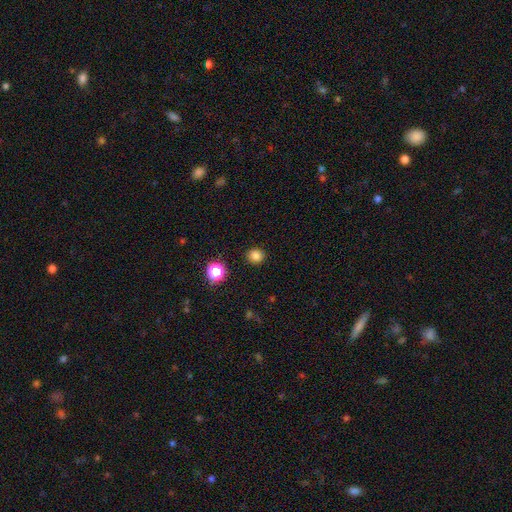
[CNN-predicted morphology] smooth 82%, star or artifact 14%, featured or disk 4%. Down the decision tree: how rounded — round (87%); merging — none (90%).